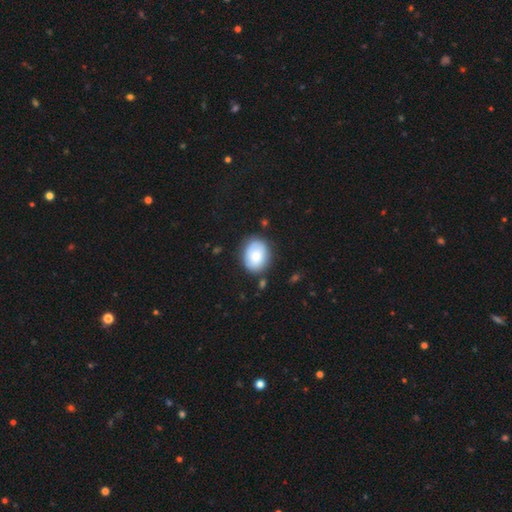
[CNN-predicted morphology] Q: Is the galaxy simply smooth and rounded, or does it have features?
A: smooth — 81%.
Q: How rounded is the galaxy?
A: in between — 64%.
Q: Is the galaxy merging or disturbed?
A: none — 81%.